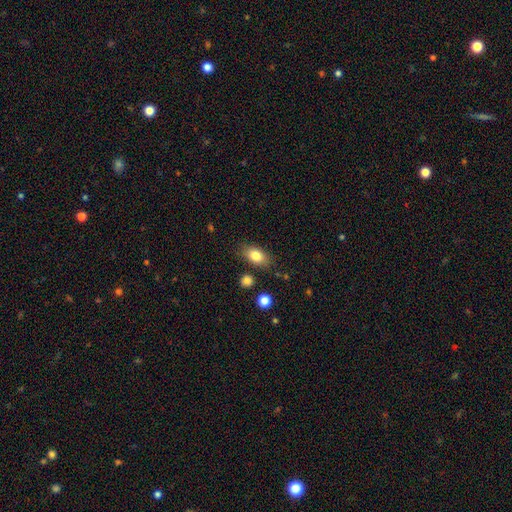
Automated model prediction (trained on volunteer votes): smooth_or_featured: smooth (p=0.82) [alt: featured or disk p=0.10]
how_rounded: in between (p=0.87) [alt: round p=0.10]
merging: none (p=0.80) [alt: minor disturbance p=0.13]